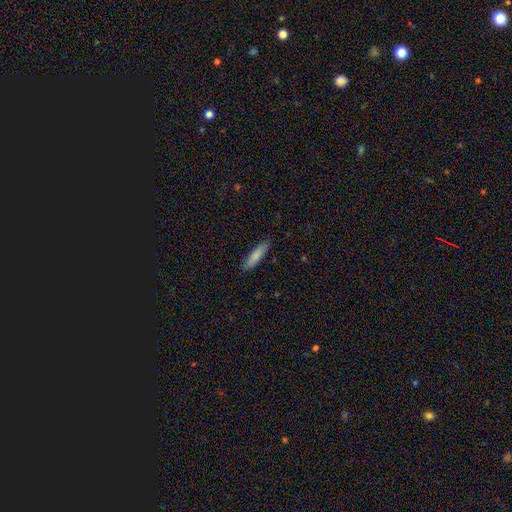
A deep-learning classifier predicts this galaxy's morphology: A smooth galaxy with no disk features (81%) that is cigar-shaped (79%). Merging: none (87%).